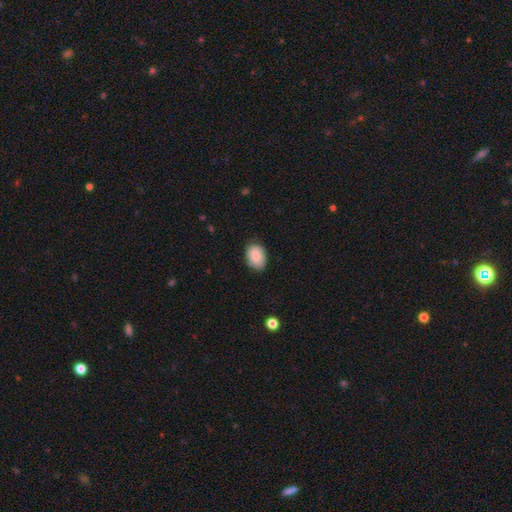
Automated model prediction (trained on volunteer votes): The model was most divided on "merging": none: 78%, minor disturbance: 18%, major disturbance: 3%, merger: 1%. More confident: smooth or featured — smooth (84%); how rounded — in between (81%).